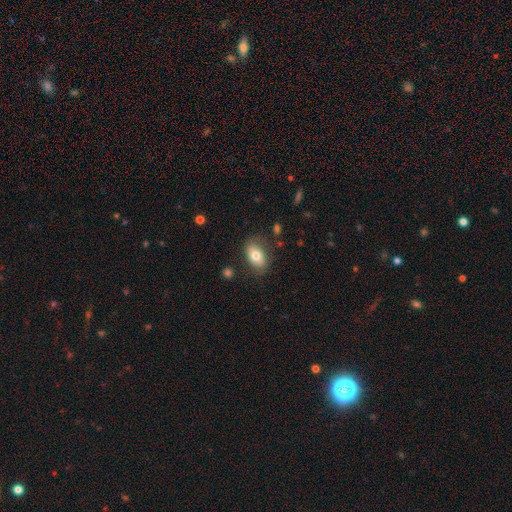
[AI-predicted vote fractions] The model was most divided on "smooth or featured": smooth: 76%, featured or disk: 17%, star or artifact: 7%. More confident: how rounded — in between (88%); merging — none (79%).